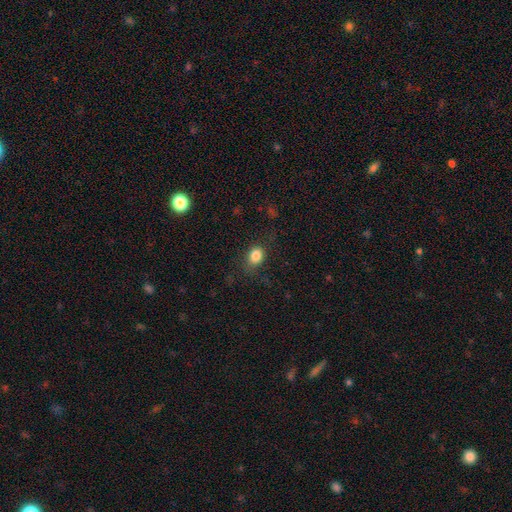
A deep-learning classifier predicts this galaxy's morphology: type=smooth (83%); roundness=in between (57%); merging=none (75%).